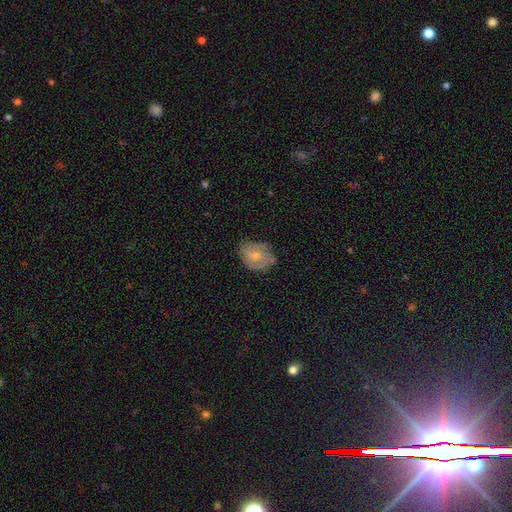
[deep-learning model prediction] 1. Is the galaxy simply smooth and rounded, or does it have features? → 47% featured or disk, 46% smooth, 7% star or artifact.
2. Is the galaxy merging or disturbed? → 60% none, 29% minor disturbance, 9% major disturbance, 2% merger.